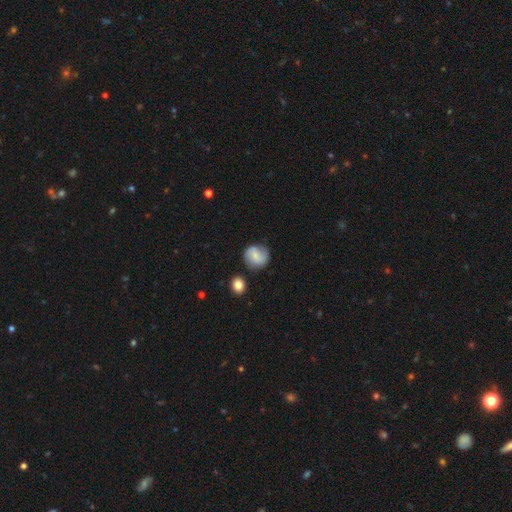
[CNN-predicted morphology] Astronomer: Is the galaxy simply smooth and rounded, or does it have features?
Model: smooth — 58% (runner-up: featured or disk, 33%).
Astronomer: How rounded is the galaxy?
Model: round — 85%.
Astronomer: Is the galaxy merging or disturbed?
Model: none — 71%.